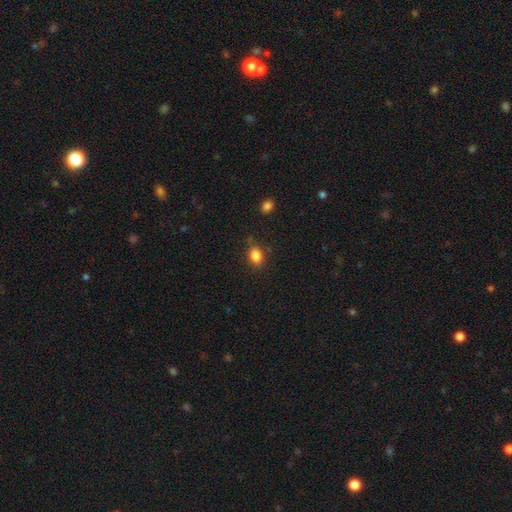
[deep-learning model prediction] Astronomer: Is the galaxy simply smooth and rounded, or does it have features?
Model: smooth — 85%.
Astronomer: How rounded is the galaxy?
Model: in between — 63%.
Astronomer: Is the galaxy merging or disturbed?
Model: none — 81%.